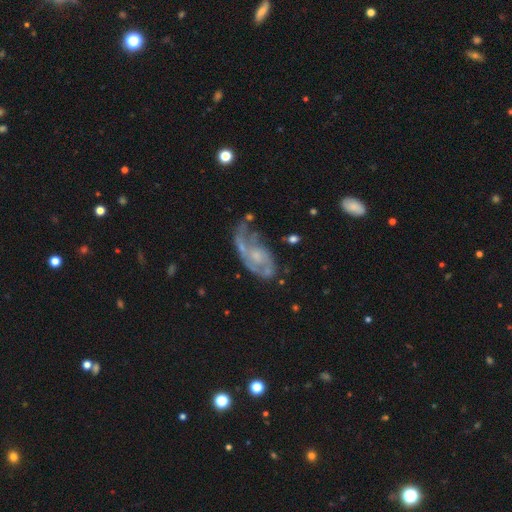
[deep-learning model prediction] smooth-or-featured: featured or disk: 76% | smooth: 17% | star or artifact: 7%
  disk-edge-on: no: 95% | yes: 5%
    bar: no: 73% | weak: 23% | strong: 4%
    has-spiral-arms: yes: 79% | no: 21%
      spiral-winding: medium: 40% | tight: 31% | loose: 29%
      spiral-arm-count: 2: 36% | 1: 34% | can't tell: 21% | 3: 5% | 4: 2% | more than 4: 2%
    bulge-size: small: 53% | moderate: 26% | none: 17% | large: 3% | dominant: 1%
  merging: none: 37% | major disturbance: 33% | minor disturbance: 24% | merger: 7%